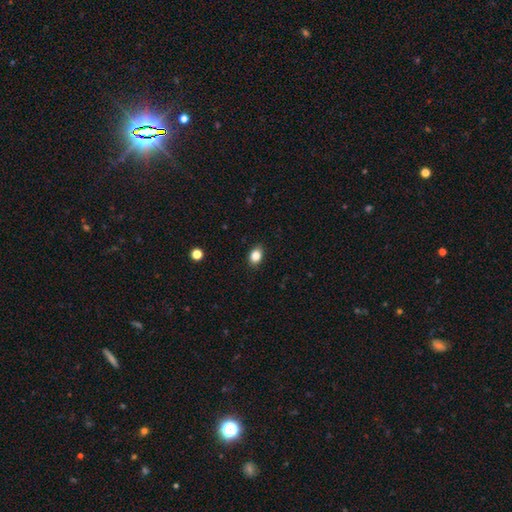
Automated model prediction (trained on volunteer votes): Smooth or featured? Predicted: smooth (p=0.86). How rounded? Predicted: in between (p=0.68). Merging? Predicted: none (p=0.87).